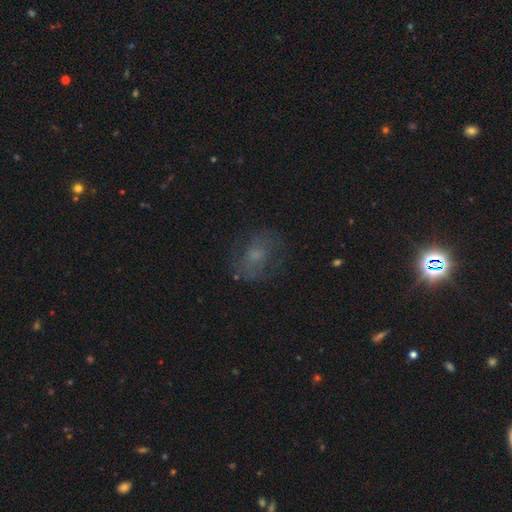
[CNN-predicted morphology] Smooth or featured?
  - smooth: 44% *
  - featured or disk: 38%
  - star or artifact: 18%
Merging?
  - none: 68% *
  - minor disturbance: 18%
  - major disturbance: 13%
  - merger: 2%